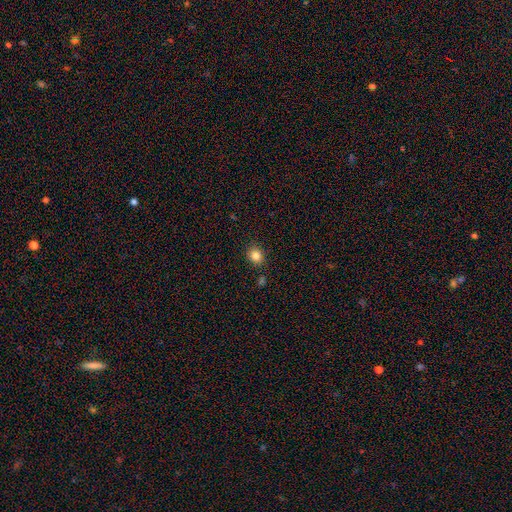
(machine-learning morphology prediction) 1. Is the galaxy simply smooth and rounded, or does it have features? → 84% smooth, 11% star or artifact, 5% featured or disk.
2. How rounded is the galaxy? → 70% round, 29% in between, 1% cigar-shaped.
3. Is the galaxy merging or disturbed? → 86% none, 9% minor disturbance, 3% merger, 2% major disturbance.